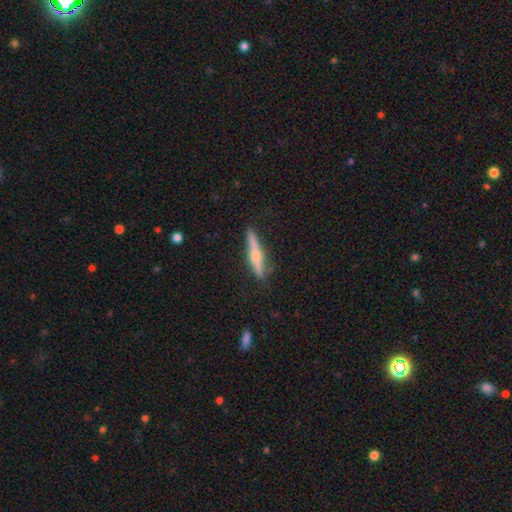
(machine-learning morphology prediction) Q: Smooth or featured?
A: featured or disk (61%); runner-up: smooth (33%)
Q: Edge-on disk?
A: yes (96%); runner-up: no (4%)
Q: Edge-on bulge?
A: rounded (86%); runner-up: none (8%)
Q: Merging?
A: none (84%); runner-up: minor disturbance (12%)